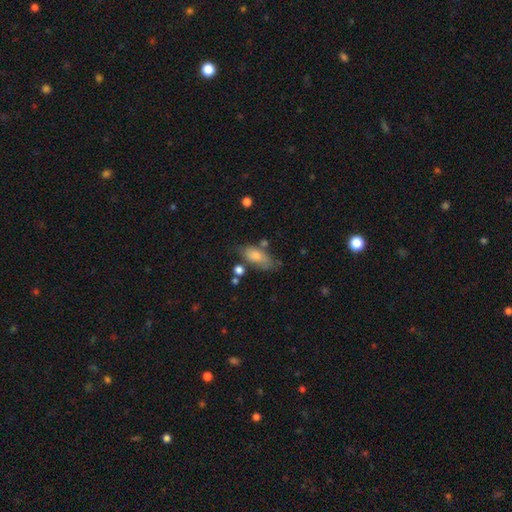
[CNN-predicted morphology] Smooth or featured? smooth (77%)
How rounded? in between (84%)
Merging? none (54%)